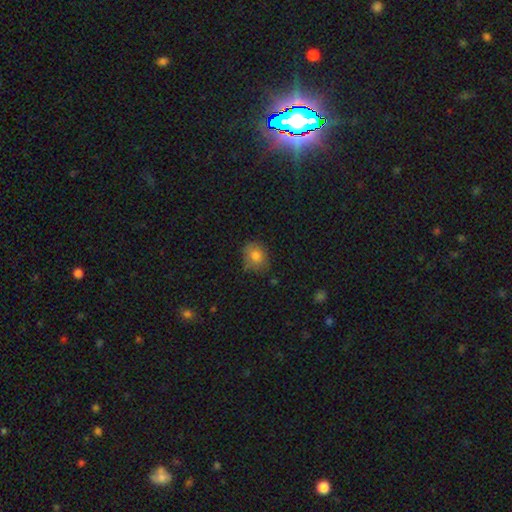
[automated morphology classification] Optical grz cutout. It shows a smooth galaxy with no disk features (76%) that is round (68%). Merging: none (67%).